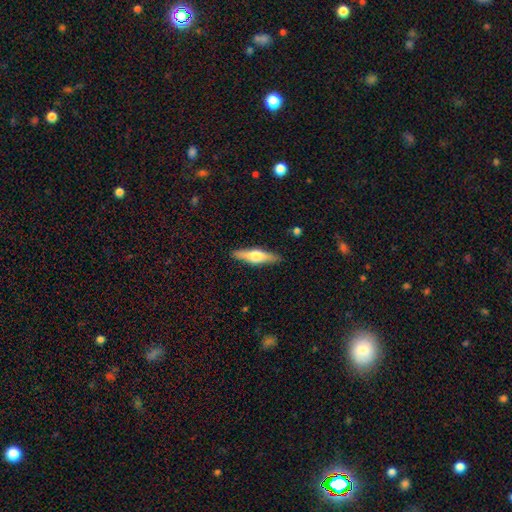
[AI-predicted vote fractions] Smooth or featured: featured or disk — 51% (smooth — 43%)
Edge-on disk: yes — 94% (no — 6%)
Merging: none — 89% (minor disturbance — 8%)